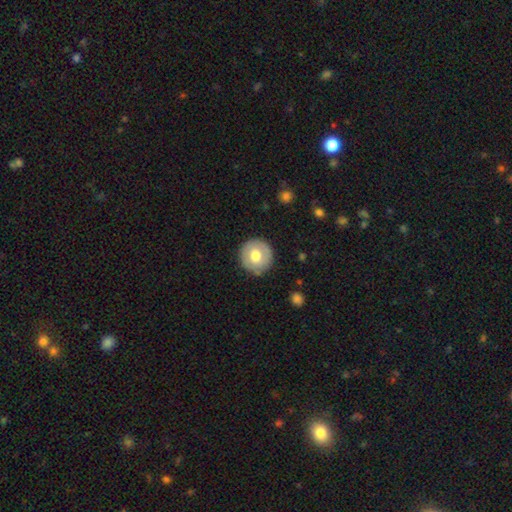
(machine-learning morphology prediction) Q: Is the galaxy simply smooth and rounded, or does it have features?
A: smooth — 67%.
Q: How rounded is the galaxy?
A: round — 94%.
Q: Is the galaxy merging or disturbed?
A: none — 88%.